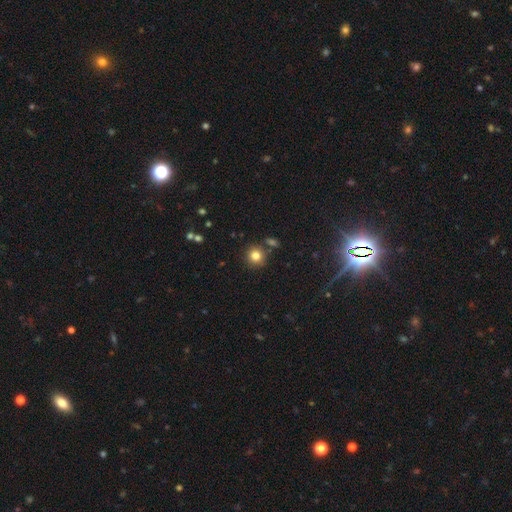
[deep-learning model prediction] Morphology: type=smooth (81%); roundness=round (91%); merging=none (81%).